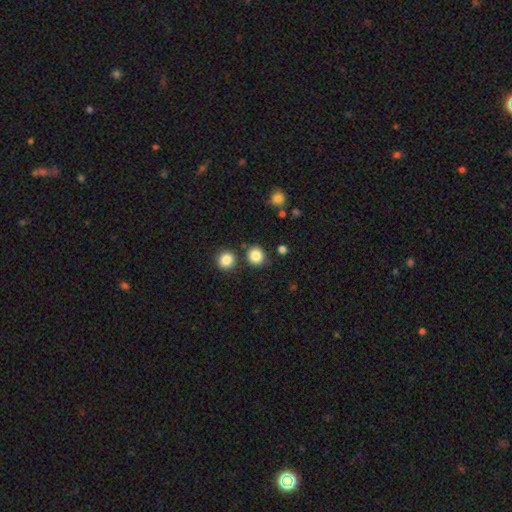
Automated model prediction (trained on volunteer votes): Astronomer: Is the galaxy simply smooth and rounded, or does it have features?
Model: smooth — 85%.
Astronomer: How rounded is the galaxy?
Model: round — 85%.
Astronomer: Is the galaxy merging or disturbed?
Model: none — 81%.